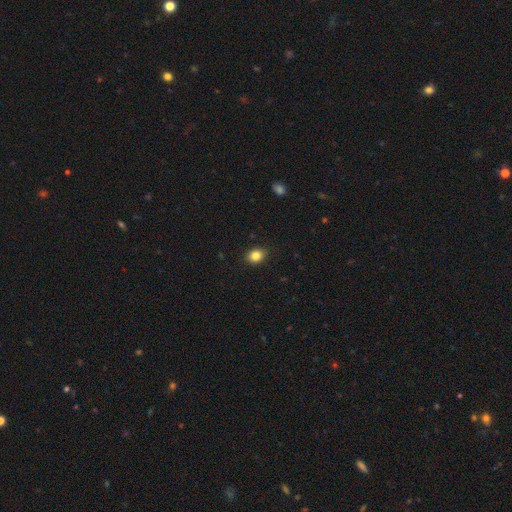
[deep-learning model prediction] The model was most divided on "how rounded": in between: 52%, round: 47%, cigar-shaped: 1%. More confident: merging — none (90%); smooth or featured — smooth (85%).